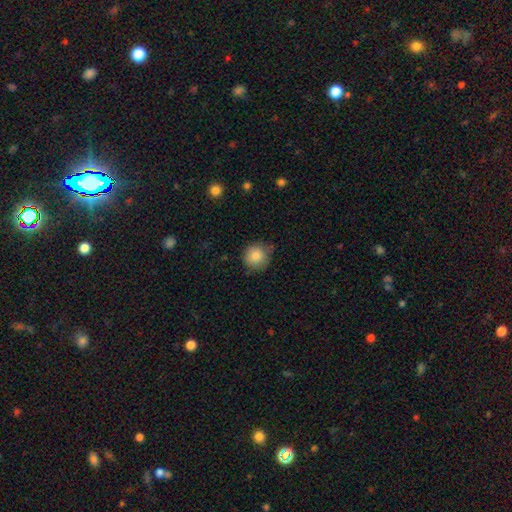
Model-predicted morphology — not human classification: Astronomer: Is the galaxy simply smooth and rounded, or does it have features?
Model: smooth — 84%.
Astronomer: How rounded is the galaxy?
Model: round — 91%.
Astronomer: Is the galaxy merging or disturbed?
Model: none — 73%.